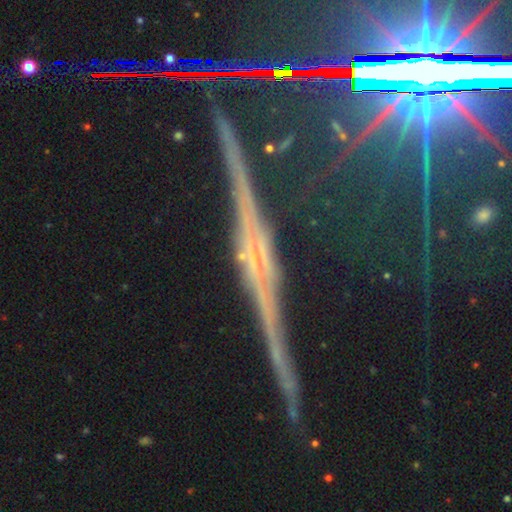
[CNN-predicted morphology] smooth-or-featured: featured or disk: 73% | star or artifact: 21% | smooth: 6%
  disk-edge-on: yes: 96% | no: 4%
    edge-on-bulge: rounded: 64% | none: 21% | boxy: 15%
  merging: none: 84% | minor disturbance: 10% | major disturbance: 3% | merger: 3%